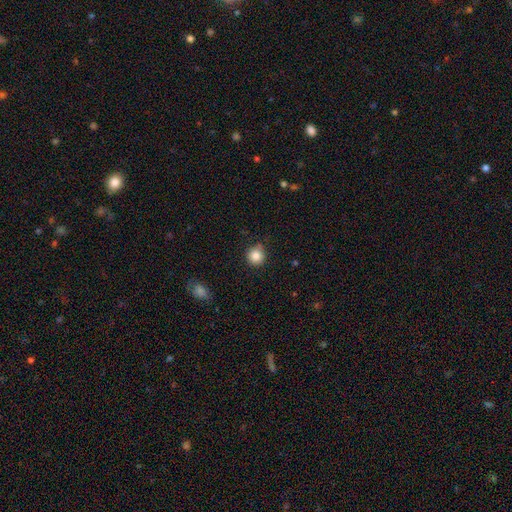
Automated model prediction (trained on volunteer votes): smooth_or_featured: smooth (p=0.85) [alt: star or artifact p=0.10]
how_rounded: round (p=0.92) [alt: in between p=0.07]
merging: none (p=0.80) [alt: minor disturbance p=0.15]